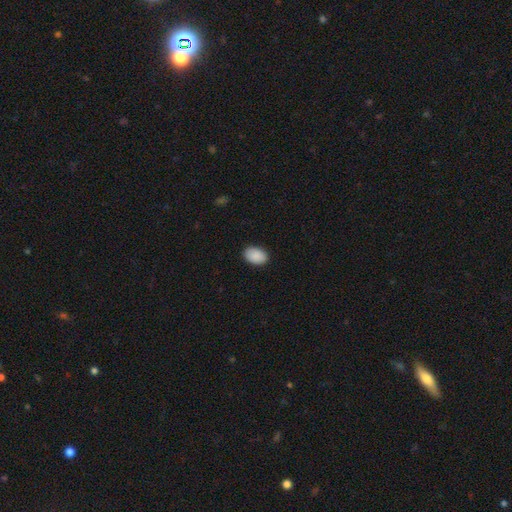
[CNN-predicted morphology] The model was most divided on "how rounded": in between: 90%, round: 9%, cigar-shaped: 1%. More confident: smooth or featured — smooth (91%); merging — none (89%).